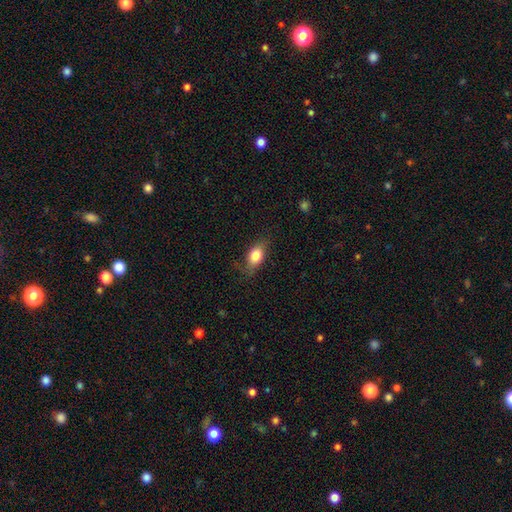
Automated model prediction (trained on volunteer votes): This appears to be a smooth galaxy with no disk features (78%) that is in between round and cigar-shaped (80%). Merging: none (71%).